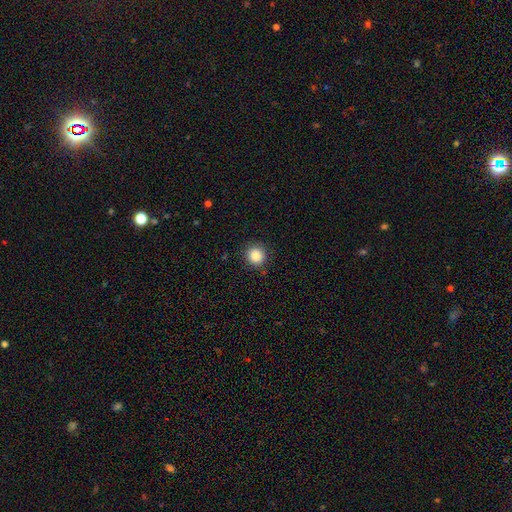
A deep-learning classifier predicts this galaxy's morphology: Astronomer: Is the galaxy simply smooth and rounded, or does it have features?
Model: smooth — 87%.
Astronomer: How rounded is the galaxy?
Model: round — 93%.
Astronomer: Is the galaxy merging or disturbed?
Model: none — 89%.